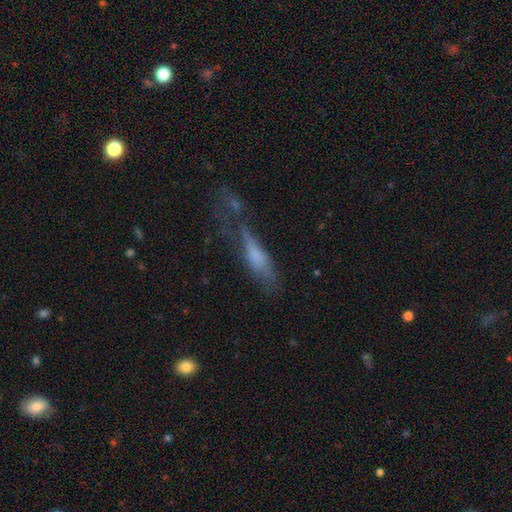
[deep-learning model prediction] A smooth galaxy with no disk features (56%) that is cigar-shaped (64%). Merging: major disturbance (37%).